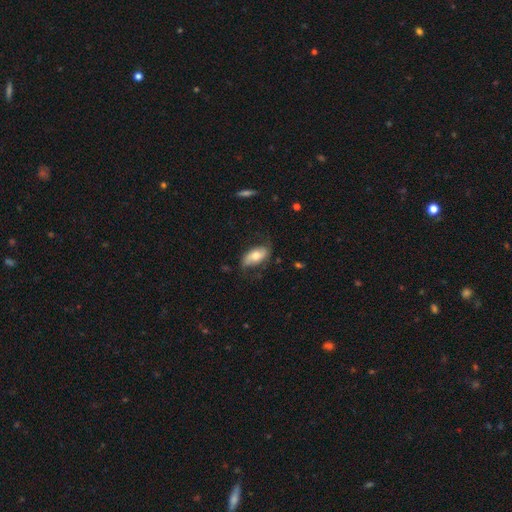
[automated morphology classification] smooth_or_featured: smooth (p=0.52) [alt: featured or disk p=0.41]
how_rounded: in between (p=0.89) [alt: cigar-shaped p=0.08]
merging: none (p=0.65) [alt: minor disturbance p=0.24]